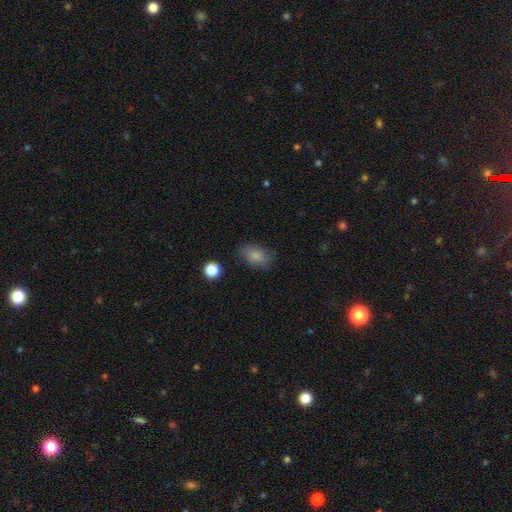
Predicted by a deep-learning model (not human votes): Smooth or featured: smooth — 83% (star or artifact — 9%)
How rounded: in between — 83% (round — 16%)
Merging: none — 75% (minor disturbance — 18%)